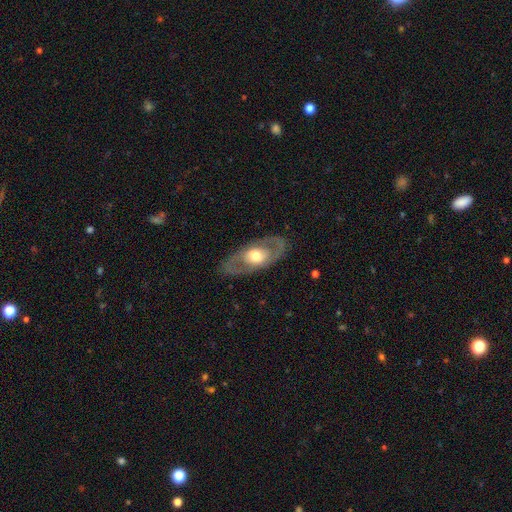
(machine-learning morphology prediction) featured or disk 64%, smooth 31%, star or artifact 5%. Down the decision tree: edge-on disk — no (85%); bar — no (79%); spiral arms — no (70%); bulge size — moderate (61%); merging — none (83%).